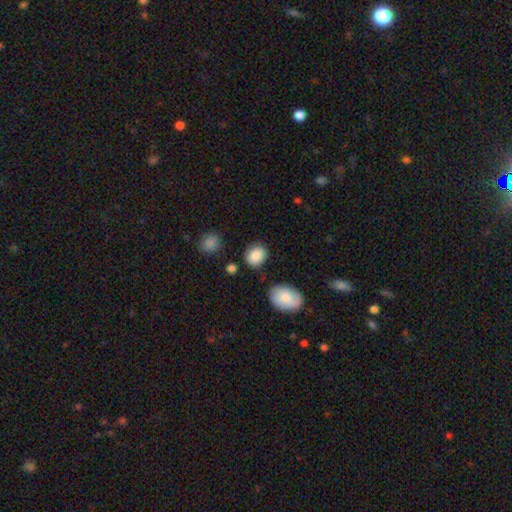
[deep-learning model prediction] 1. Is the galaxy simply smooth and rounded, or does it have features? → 86% smooth, 8% star or artifact, 6% featured or disk.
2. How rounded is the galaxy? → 52% round, 47% in between, 1% cigar-shaped.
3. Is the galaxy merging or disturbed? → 79% none, 14% minor disturbance, 4% merger, 3% major disturbance.